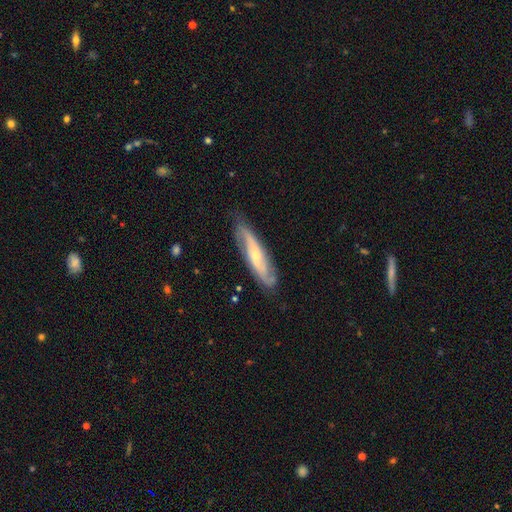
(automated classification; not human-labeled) Smooth or featured: featured or disk — 76% (smooth — 18%)
Edge-on disk: no — 74% (yes — 26%)
Bar: no — 46% (weak — 35%)
Spiral arms: yes — 93% (no — 7%)
Spiral winding: medium — 41% (loose — 30%)
Spiral arm count: 2 — 73% (can't tell — 16%)
Bulge size: small — 66% (moderate — 29%)
Merging: none — 79% (minor disturbance — 16%)